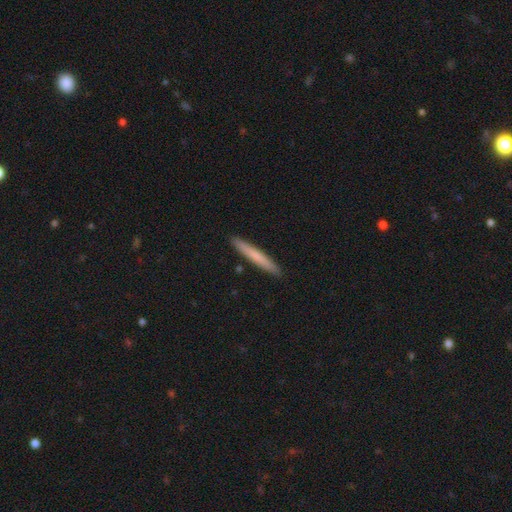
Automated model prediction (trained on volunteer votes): This is likely a smooth galaxy (72%). How rounded: clearly cigar-shaped (96%). Merging: clearly none (92%).